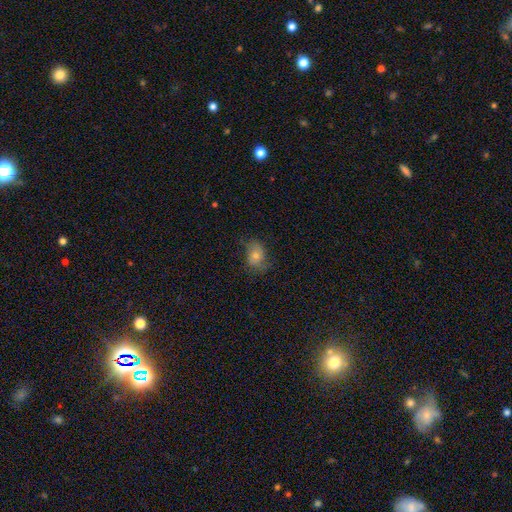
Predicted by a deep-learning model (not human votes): A smooth galaxy with no disk features (70%) that is in between round and cigar-shaped (73%). Merging: none (60%).